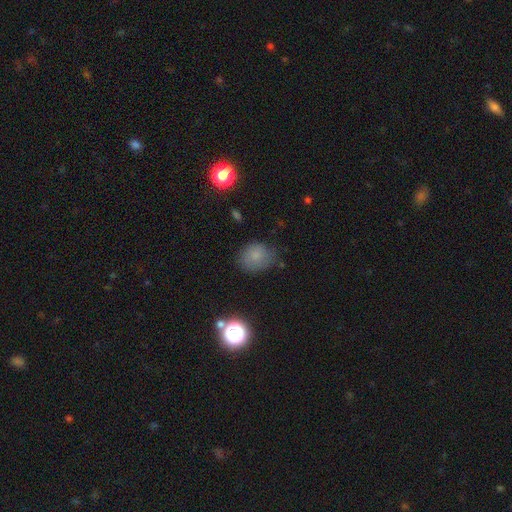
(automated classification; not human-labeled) This appears to be a smooth galaxy with no disk features (76%) that is round (63%). Merging: none (68%).